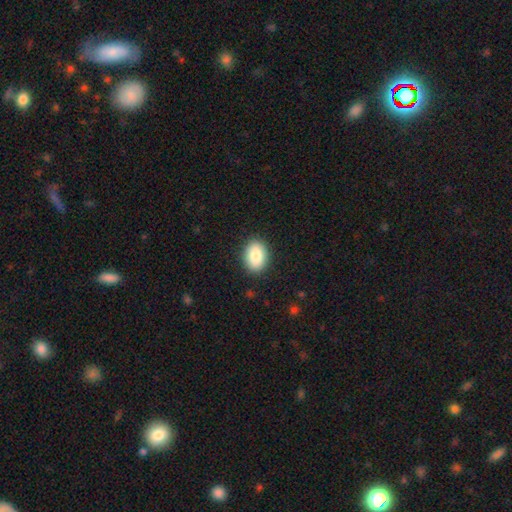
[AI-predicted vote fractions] Smooth or featured?
  - smooth: 86% *
  - star or artifact: 7%
  - featured or disk: 7%
How rounded?
  - in between: 79% *
  - round: 20%
  - cigar-shaped: 1%
Merging?
  - none: 89% *
  - minor disturbance: 8%
  - major disturbance: 2%
  - merger: 1%